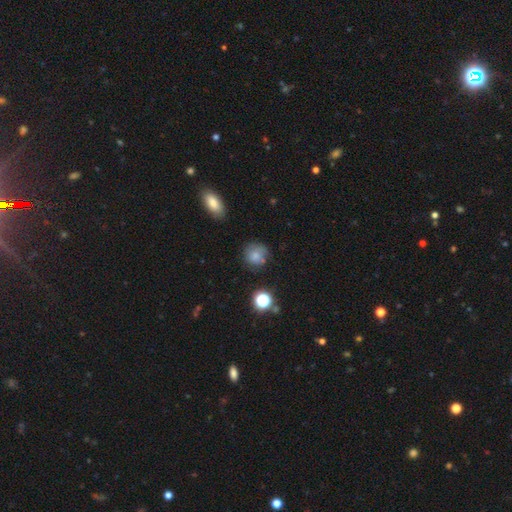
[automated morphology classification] smooth-or-featured: smooth: 77% | star or artifact: 13% | featured or disk: 10%
  how-rounded: round: 85% | in between: 14% | cigar-shaped: 1%
  merging: none: 68% | minor disturbance: 21% | major disturbance: 6% | merger: 5%